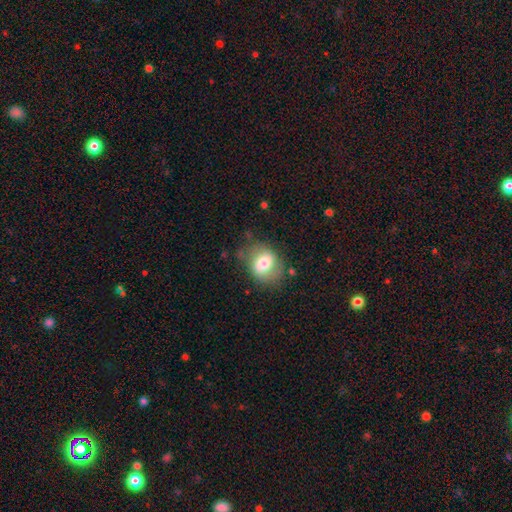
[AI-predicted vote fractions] A smooth galaxy with no disk features (60%) that is round (54%). Merging: none (73%).